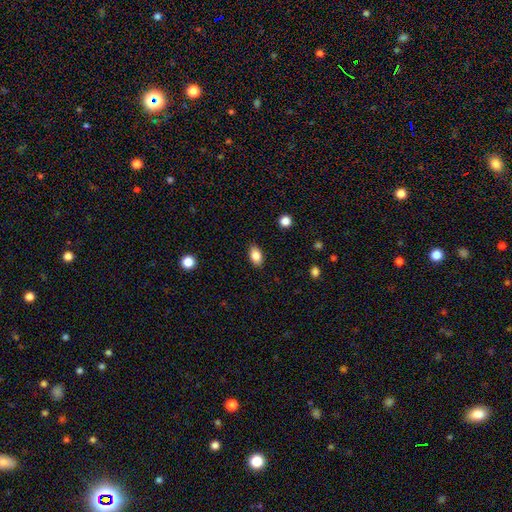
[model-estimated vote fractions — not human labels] Smooth or featured? smooth (85%)
How rounded? in between (88%)
Merging? none (87%)